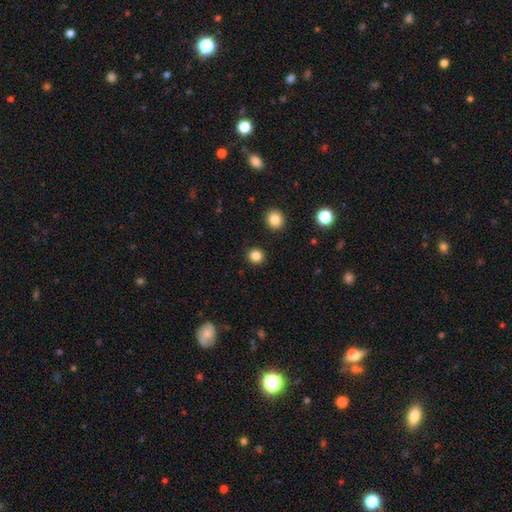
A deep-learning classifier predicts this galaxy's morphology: This is clearly a smooth galaxy (85%). How rounded: clearly round (88%). Merging: clearly none (91%).